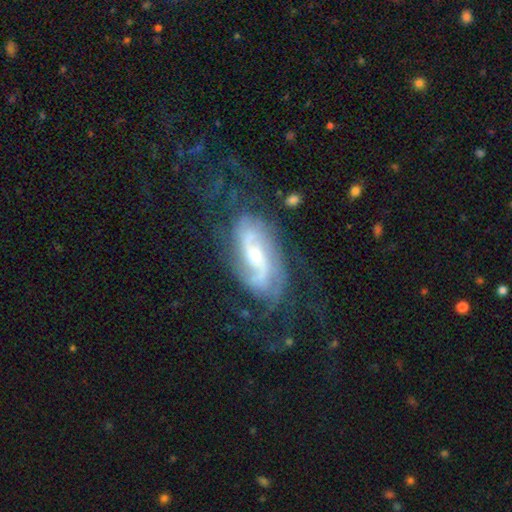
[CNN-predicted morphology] type=featured or disk (85%); edge-on=no (94%); bar=no (41%, tied with weak); spiral arms=yes (95%); winding=medium (41%); arm count=2 (55%); bulge=moderate (46%); merging=none (64%).